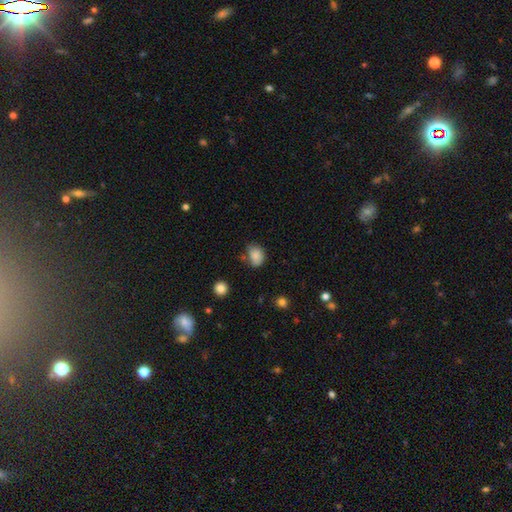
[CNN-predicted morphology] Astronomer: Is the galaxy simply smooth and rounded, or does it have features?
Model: smooth — 85%.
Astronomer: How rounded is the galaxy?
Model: in between — 60% (runner-up: round, 39%).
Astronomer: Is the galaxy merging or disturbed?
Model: none — 58%.